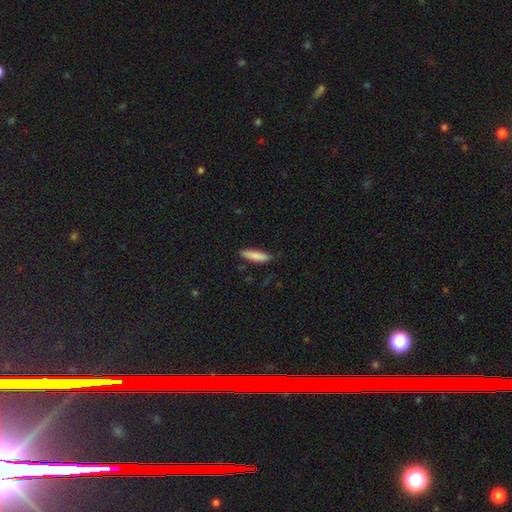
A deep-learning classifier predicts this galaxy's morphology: A smooth galaxy with no disk features (86%) that is cigar-shaped (72%). Merging: none (82%).